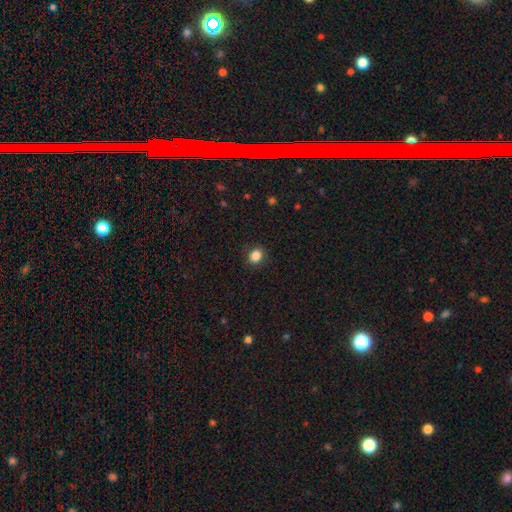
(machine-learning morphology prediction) smooth 86%, star or artifact 11%, featured or disk 4%. Down the decision tree: how rounded — round (62%); merging — none (87%).